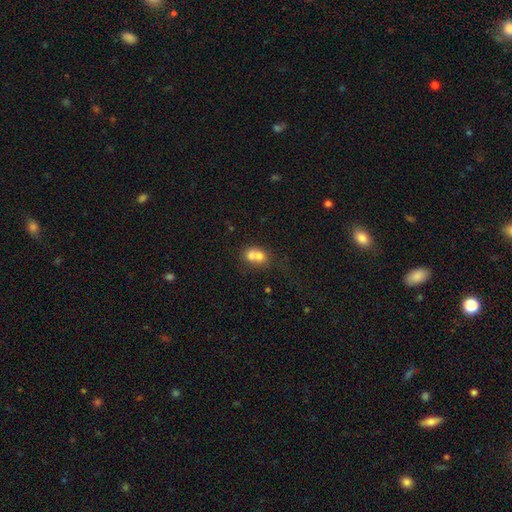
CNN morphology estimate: This is likely a smooth galaxy (67%). How rounded: likely round (62%). Merging: likely merger (69%).